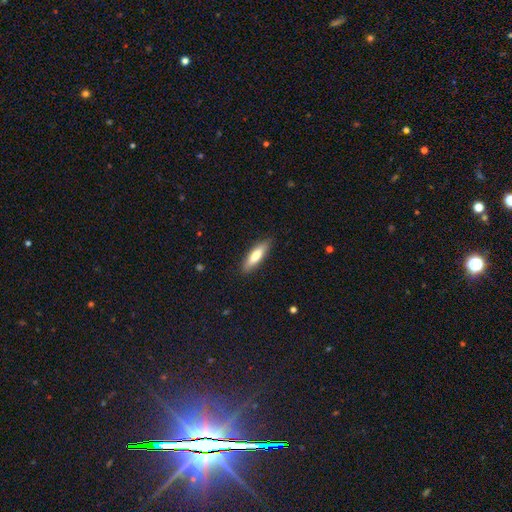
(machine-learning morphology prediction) This appears to be a smooth galaxy with no disk features (74%) that is cigar-shaped (61%). Merging: none (87%).